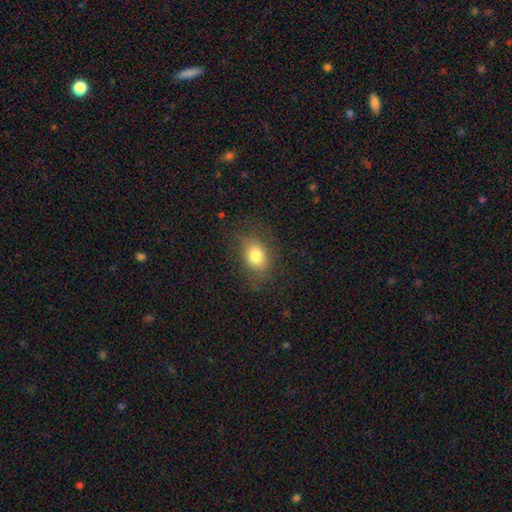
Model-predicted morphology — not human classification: Smooth or featured: smooth — 79% (featured or disk — 11%)
How rounded: in between — 66% (round — 33%)
Merging: none — 75% (minor disturbance — 17%)